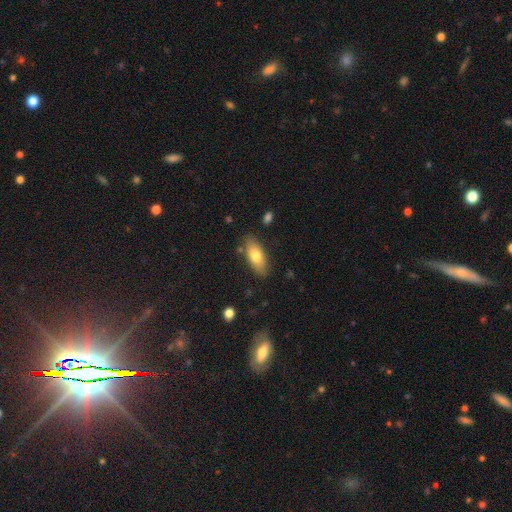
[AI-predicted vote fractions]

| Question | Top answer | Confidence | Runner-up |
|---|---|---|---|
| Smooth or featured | smooth | 74% | featured or disk (20%) |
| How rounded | in between | 82% | cigar-shaped (16%) |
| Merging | none | 82% | minor disturbance (13%) |